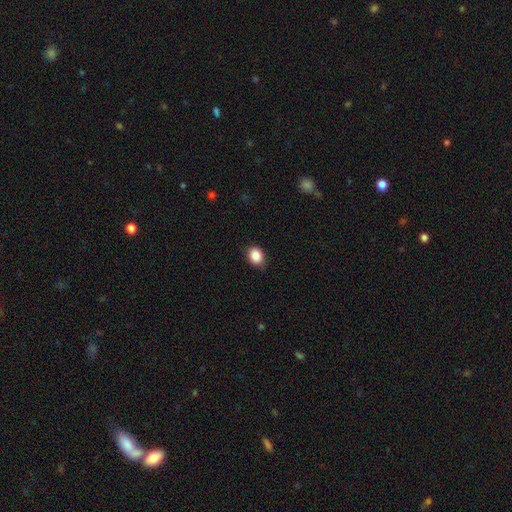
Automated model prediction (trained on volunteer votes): This is clearly a smooth galaxy (88%). How rounded: possibly in between (50%). Merging: clearly none (81%).